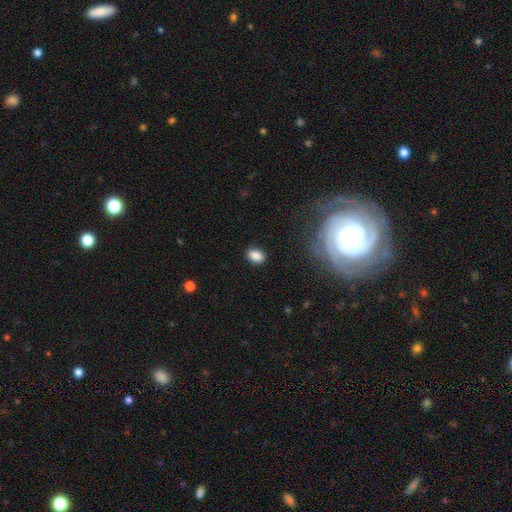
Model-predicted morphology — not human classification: Smooth or featured? smooth (86%)
How rounded? in between (79%)
Merging? none (86%)